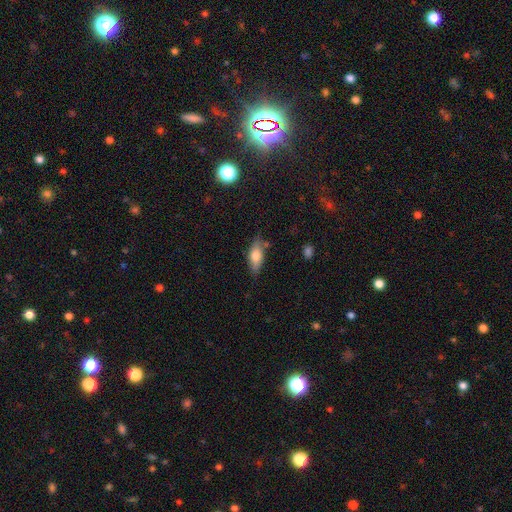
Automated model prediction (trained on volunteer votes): Morphology: type=smooth (72%); roundness=in between (77%); merging=none (75%).